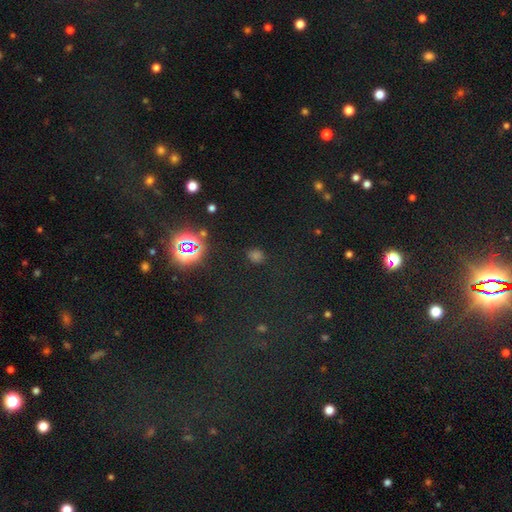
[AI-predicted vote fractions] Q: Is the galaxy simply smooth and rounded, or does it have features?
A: smooth — 50%.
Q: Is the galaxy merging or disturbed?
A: none — 84%.